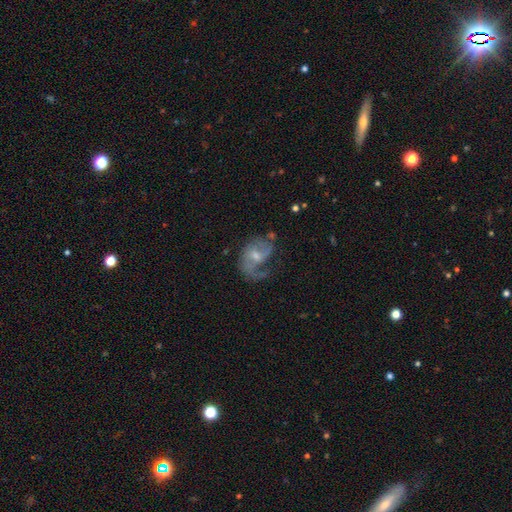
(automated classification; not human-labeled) Smooth or featured: featured or disk — 80% (smooth — 12%)
Edge-on disk: no — 97% (yes — 3%)
Bar: no — 47% (weak — 44%)
Spiral arms: yes — 92% (no — 8%)
Spiral winding: medium — 44% (loose — 41%)
Spiral arm count: 2 — 57% (1 — 29%)
Bulge size: small — 48% (moderate — 43%)
Merging: none — 51% (major disturbance — 25%)